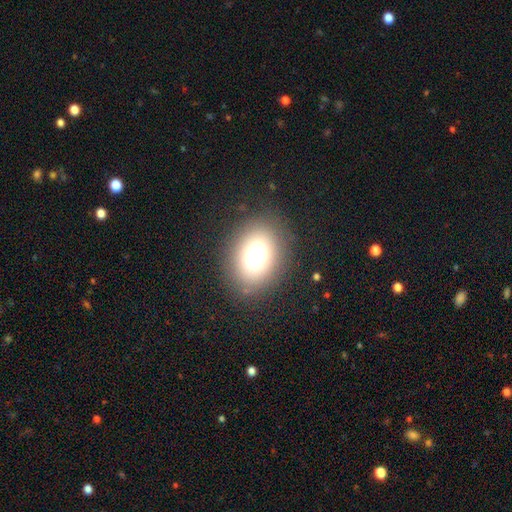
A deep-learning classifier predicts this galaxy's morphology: The model was most divided on "how rounded": in between: 70%, round: 29%, cigar-shaped: 1%. More confident: merging — none (83%); smooth or featured — smooth (74%).